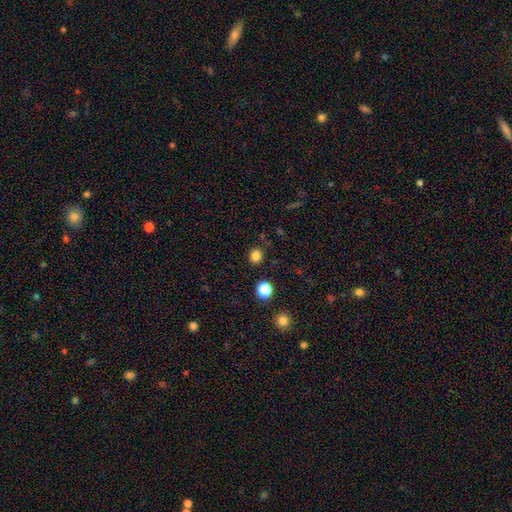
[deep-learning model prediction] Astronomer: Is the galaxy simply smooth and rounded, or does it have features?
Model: smooth — 83%.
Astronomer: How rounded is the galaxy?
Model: round — 79%.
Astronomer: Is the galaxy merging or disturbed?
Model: none — 87%.